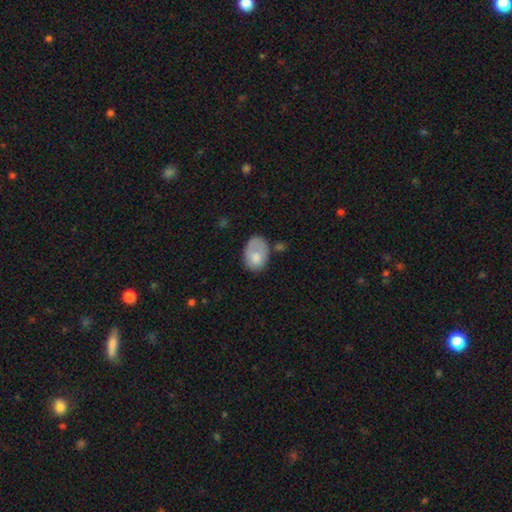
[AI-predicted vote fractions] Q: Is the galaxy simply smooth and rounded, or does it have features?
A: smooth — 74%.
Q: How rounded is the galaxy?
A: in between — 80%.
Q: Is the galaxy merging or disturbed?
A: none — 41%.